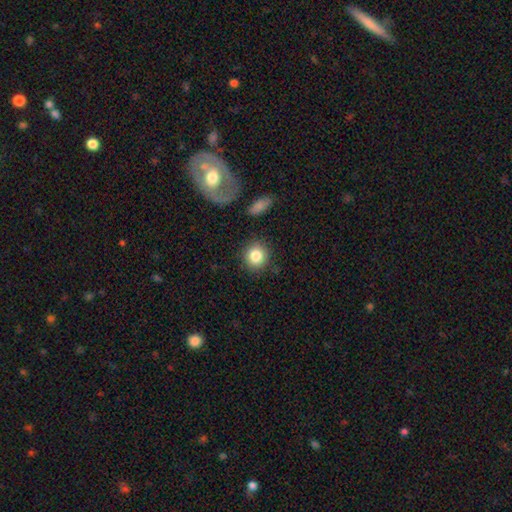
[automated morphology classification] smooth_or_featured: smooth (p=0.84) [alt: star or artifact p=0.09]
how_rounded: round (p=0.88) [alt: in between p=0.11]
merging: none (p=0.87) [alt: minor disturbance p=0.08]